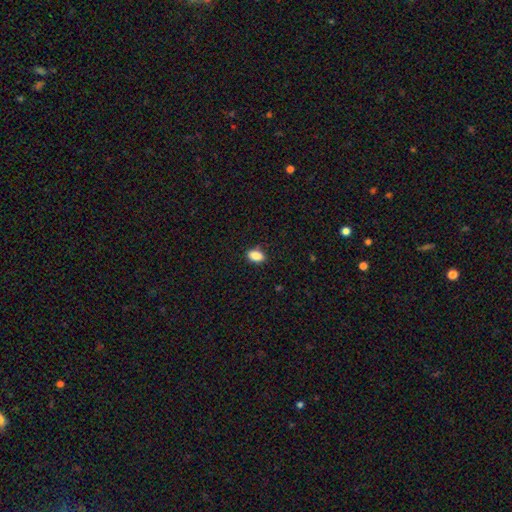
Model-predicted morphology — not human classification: Smooth or featured? Predicted: smooth (p=0.88). How rounded? Predicted: in between (p=0.88). Merging? Predicted: none (p=0.87).